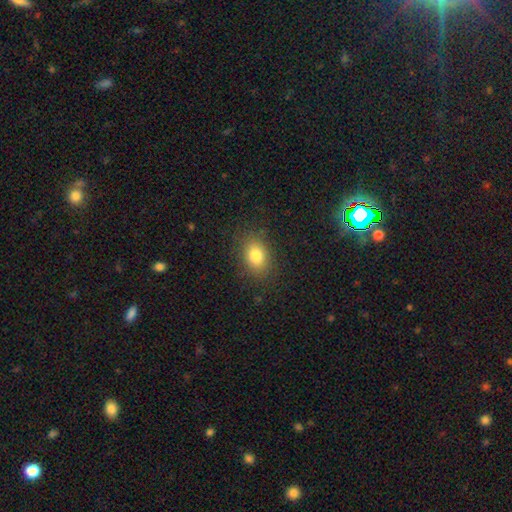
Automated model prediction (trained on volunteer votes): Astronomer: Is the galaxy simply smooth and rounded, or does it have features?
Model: smooth — 81%.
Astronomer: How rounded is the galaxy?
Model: in between — 69%.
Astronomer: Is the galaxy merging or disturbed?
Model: none — 85%.